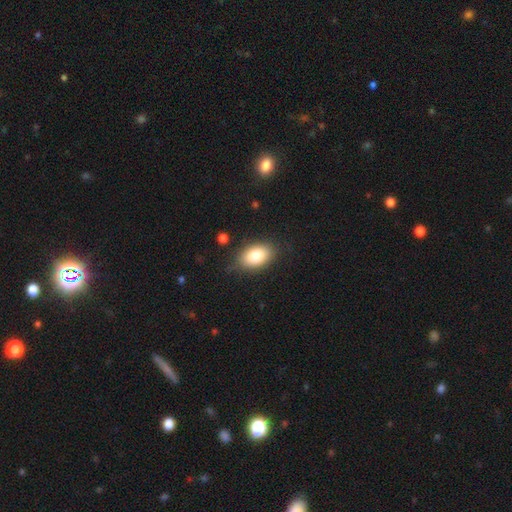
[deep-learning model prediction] smooth-or-featured: smooth: 82% | featured or disk: 11% | star or artifact: 7%
  how-rounded: in between: 90% | round: 9% | cigar-shaped: 2%
  merging: none: 79% | minor disturbance: 16% | major disturbance: 4% | merger: 2%